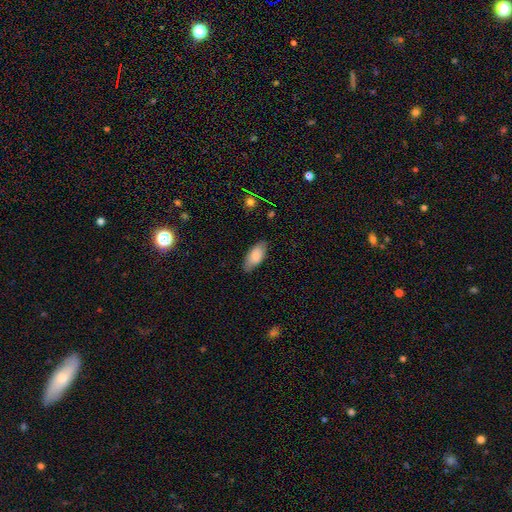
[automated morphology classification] type=smooth (82%); roundness=in between (89%); merging=none (81%).